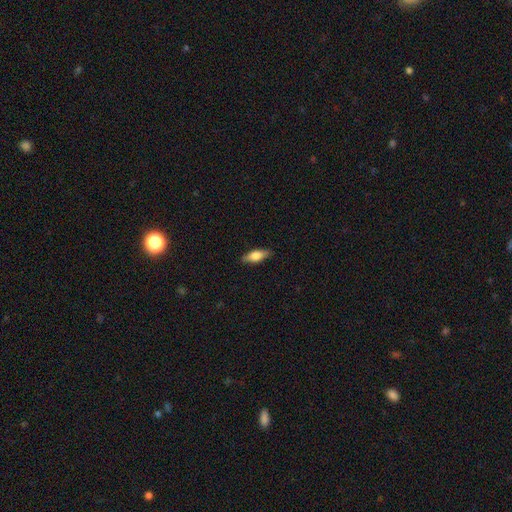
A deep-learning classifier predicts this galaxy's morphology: Smooth or featured: smooth — 65% (featured or disk — 29%)
How rounded: in between — 66% (cigar-shaped — 31%)
Merging: none — 87% (minor disturbance — 10%)